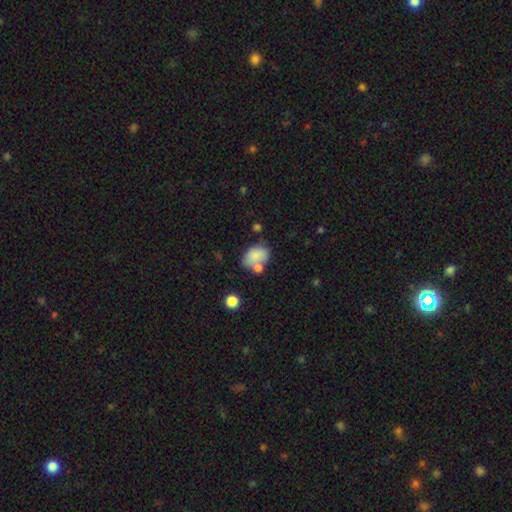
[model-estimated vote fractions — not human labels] smooth 80%, featured or disk 11%, star or artifact 9%. Down the decision tree: how rounded — in between (74%); merging — none (52%).